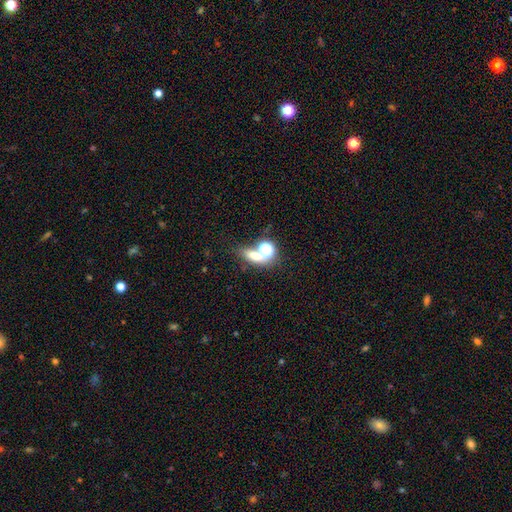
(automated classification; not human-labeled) A smooth galaxy with no disk features (56%) that is in between round and cigar-shaped (54%). Merging: none (50%).